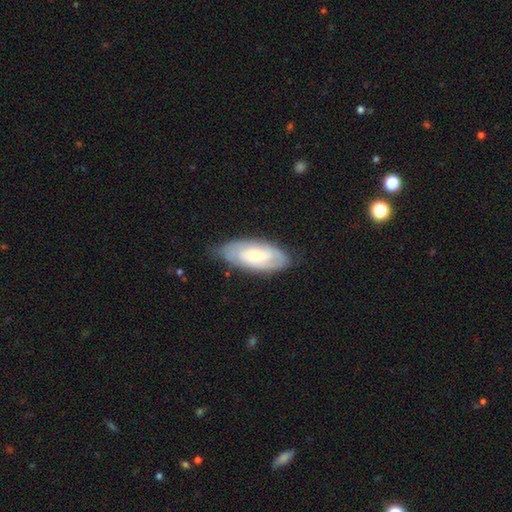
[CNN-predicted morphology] smooth_or_featured: smooth (p=0.48) [alt: featured or disk p=0.46]
merging: none (p=0.72) [alt: minor disturbance p=0.21]